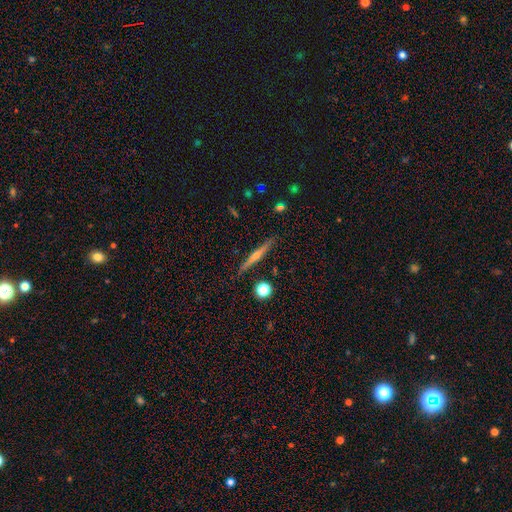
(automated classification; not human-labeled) smooth-or-featured: featured or disk: 65% | smooth: 27% | star or artifact: 7%
  disk-edge-on: yes: 98% | no: 2%
    edge-on-bulge: rounded: 70% | none: 23% | boxy: 7%
  merging: none: 90% | minor disturbance: 7% | merger: 2% | major disturbance: 2%